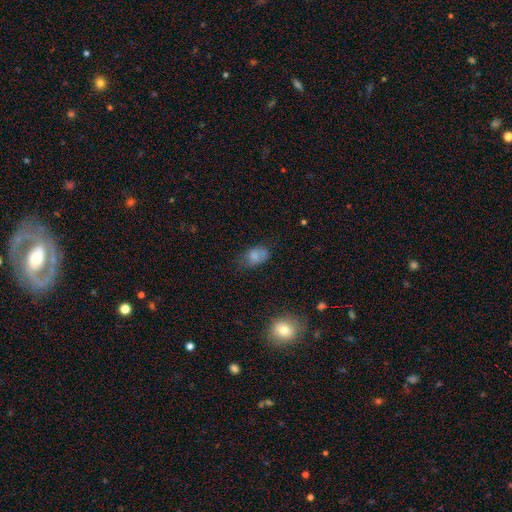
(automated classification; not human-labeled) A smooth galaxy with no disk features (73%) that is in between round and cigar-shaped (82%). Merging: none (47%).